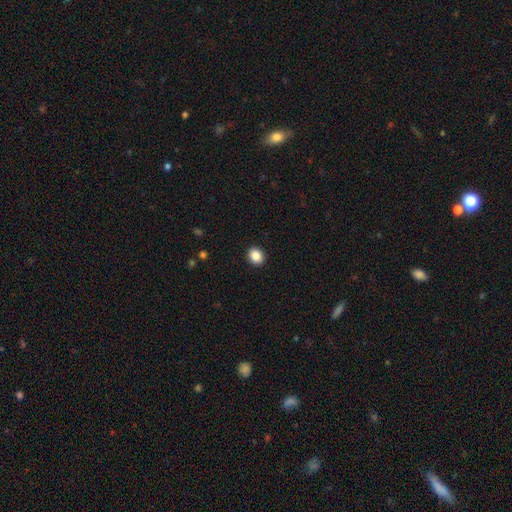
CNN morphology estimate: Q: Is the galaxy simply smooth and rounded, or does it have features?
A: smooth — 87%.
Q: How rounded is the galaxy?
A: round — 65%.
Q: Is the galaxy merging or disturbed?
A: none — 92%.